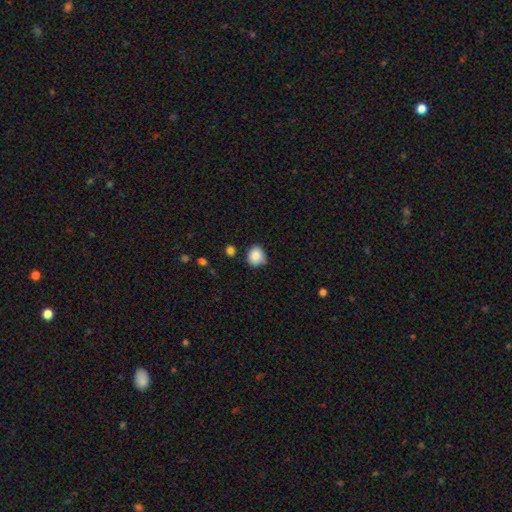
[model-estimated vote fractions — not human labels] Morphology: type=smooth (86%); roundness=round (81%); merging=none (69%).